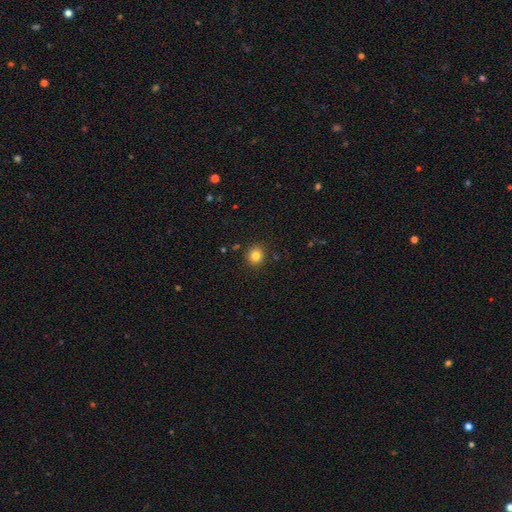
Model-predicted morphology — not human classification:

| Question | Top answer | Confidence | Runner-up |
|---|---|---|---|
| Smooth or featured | smooth | 82% | star or artifact (12%) |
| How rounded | round | 86% | in between (13%) |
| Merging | none | 89% | minor disturbance (7%) |